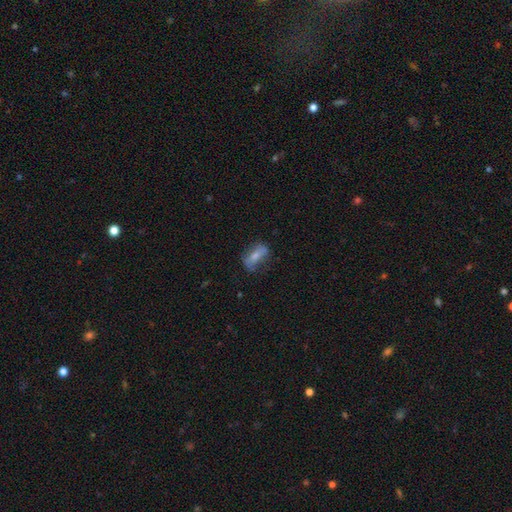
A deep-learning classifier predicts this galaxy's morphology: smooth 57%, featured or disk 35%, star or artifact 8%. Down the decision tree: how rounded — in between (73%); merging — none (62%).